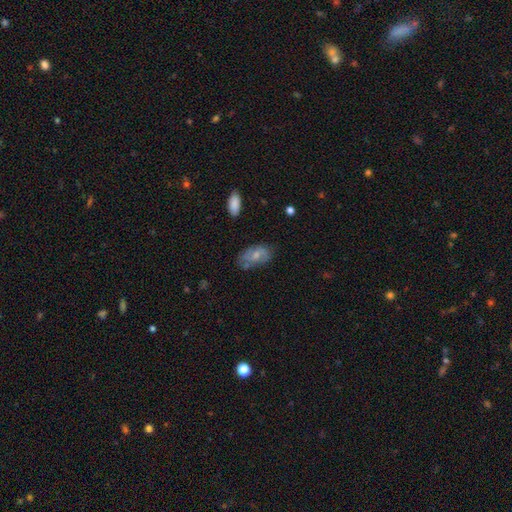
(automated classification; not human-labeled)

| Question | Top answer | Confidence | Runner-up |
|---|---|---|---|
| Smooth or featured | featured or disk | 47% | smooth (45%) |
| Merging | none | 63% | minor disturbance (25%) |